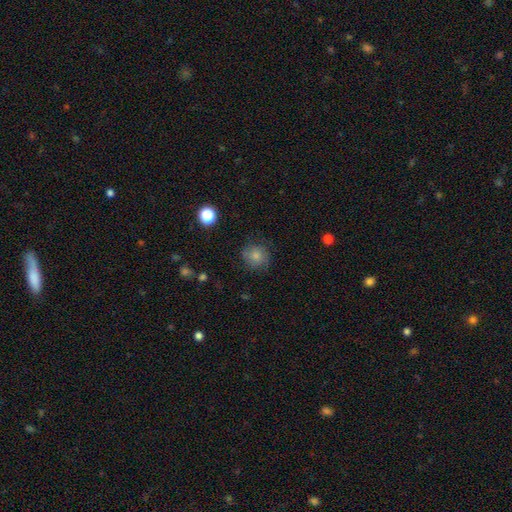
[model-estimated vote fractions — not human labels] This appears to be a smooth galaxy with no disk features (79%) that is round (86%). Merging: none (78%).